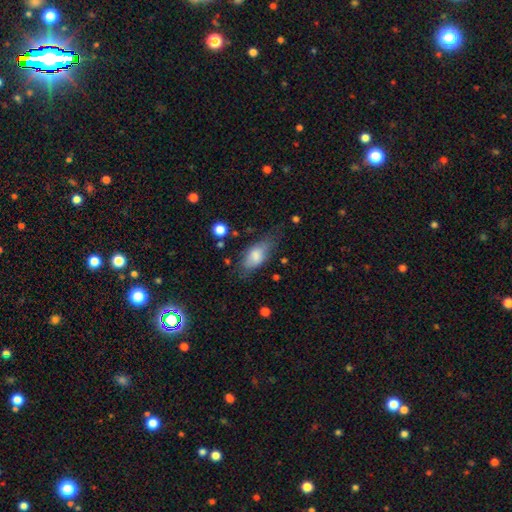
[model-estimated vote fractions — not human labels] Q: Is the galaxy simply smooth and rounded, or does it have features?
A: smooth — 73%.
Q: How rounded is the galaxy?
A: in between — 85%.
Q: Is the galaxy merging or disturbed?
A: none — 49%.